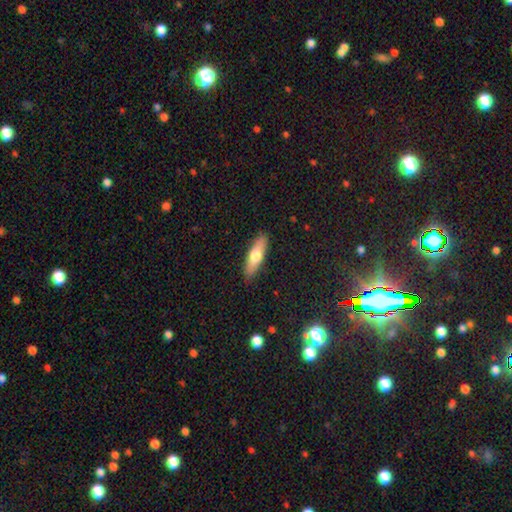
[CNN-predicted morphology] Smooth or featured: smooth — 62% (featured or disk — 32%)
How rounded: cigar-shaped — 59% (in between — 39%)
Merging: none — 89% (minor disturbance — 8%)